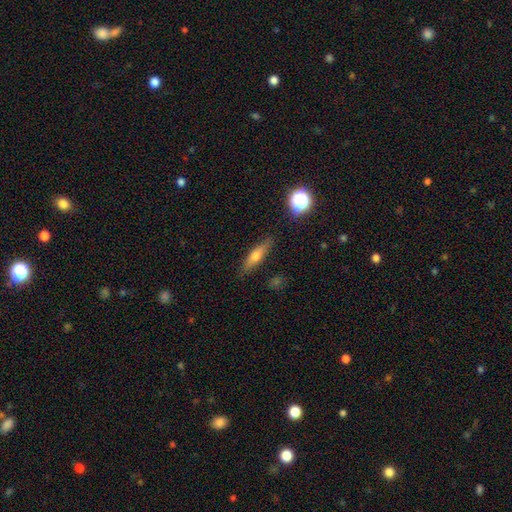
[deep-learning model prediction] A smooth galaxy with no disk features (55%) that is cigar-shaped (67%).

Vote fractions:
- Smooth or featured? smooth: 55% / featured or disk: 36% / star or artifact: 9%
- How rounded? cigar-shaped: 67% / in between: 29% / round: 4%
- Merging? none: 86% / minor disturbance: 10% / major disturbance: 2% / merger: 2%